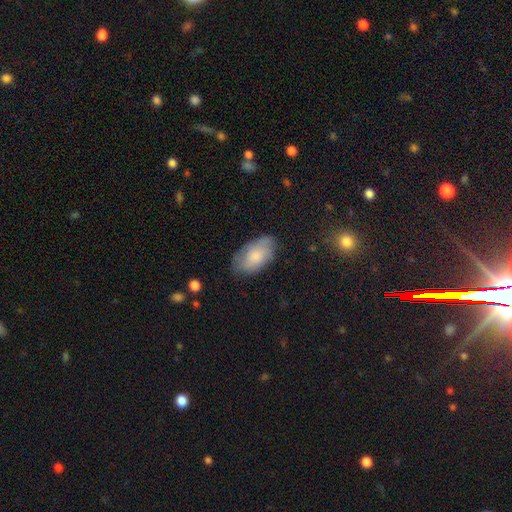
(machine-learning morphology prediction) Smooth or featured: smooth — 75% (featured or disk — 19%)
How rounded: in between — 94% (round — 4%)
Merging: none — 72% (minor disturbance — 22%)